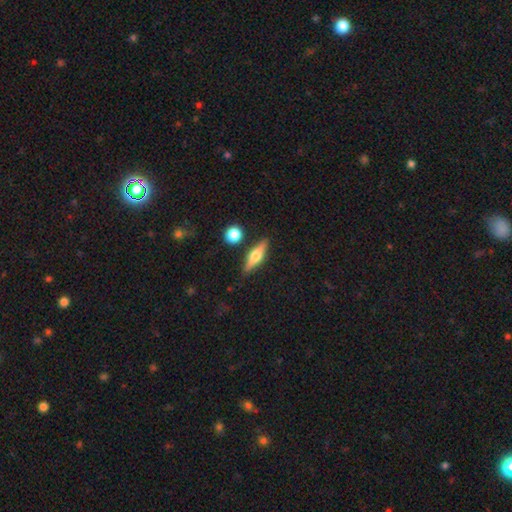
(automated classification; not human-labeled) Smooth or featured? Predicted: featured or disk (p=0.53). Edge-on disk? Predicted: yes (p=0.93). Merging? Predicted: none (p=0.83).